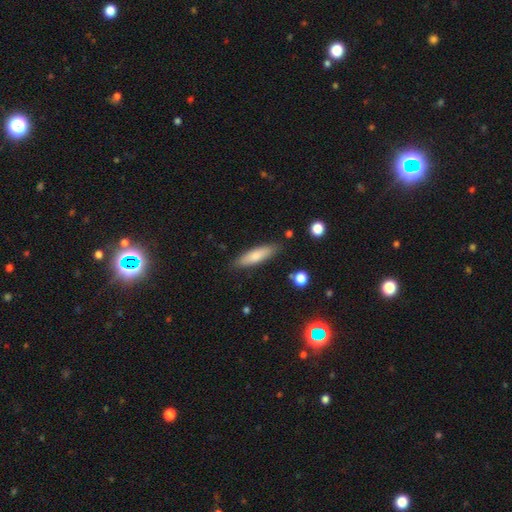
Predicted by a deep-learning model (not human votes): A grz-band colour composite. It shows a smooth galaxy with no disk features (77%) that is cigar-shaped (67%). Merging: none (85%).